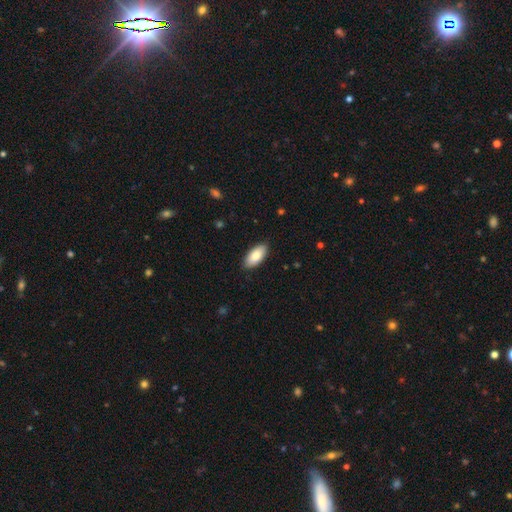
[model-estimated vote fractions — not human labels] A smooth galaxy with no disk features (85%) that is in between round and cigar-shaped (91%). Merging: none (87%).